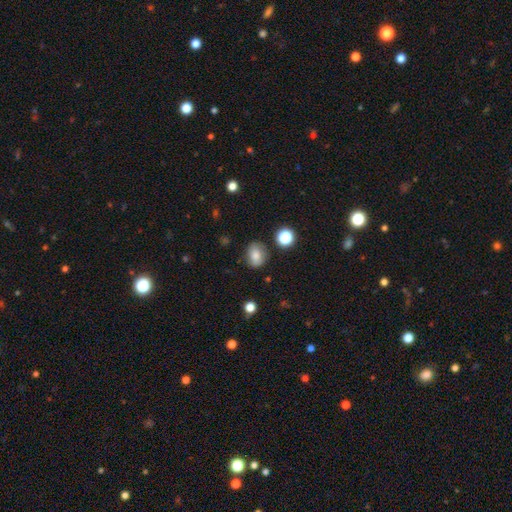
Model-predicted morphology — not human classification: smooth 78%, star or artifact 11%, featured or disk 11%. Down the decision tree: how rounded — in between (52%); merging — none (77%).